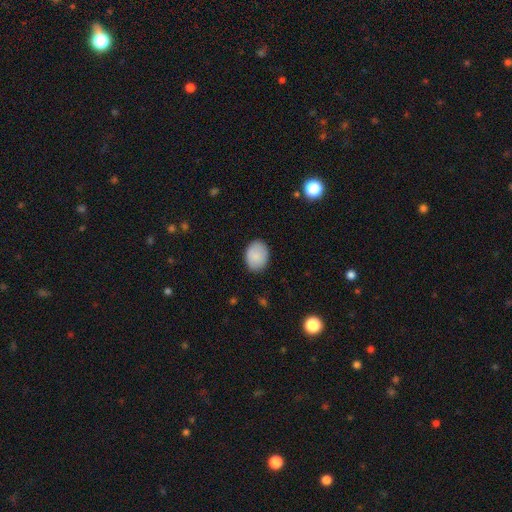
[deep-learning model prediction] This appears to be a smooth galaxy with no disk features (88%) that is in between round and cigar-shaped (67%). Merging: none (87%).